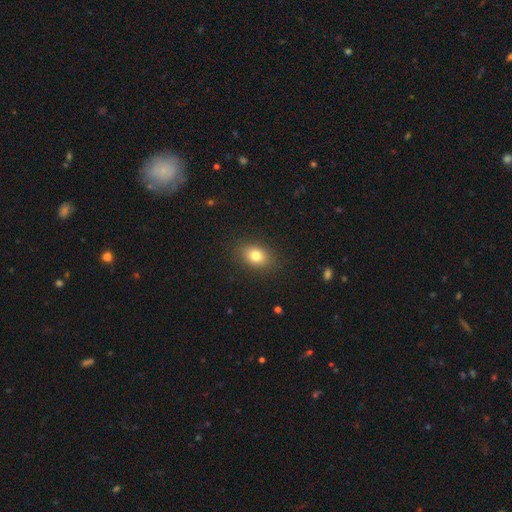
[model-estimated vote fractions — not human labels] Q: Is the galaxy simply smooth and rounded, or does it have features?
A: smooth — 79%.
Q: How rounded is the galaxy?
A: in between — 69%.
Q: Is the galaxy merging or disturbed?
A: none — 87%.